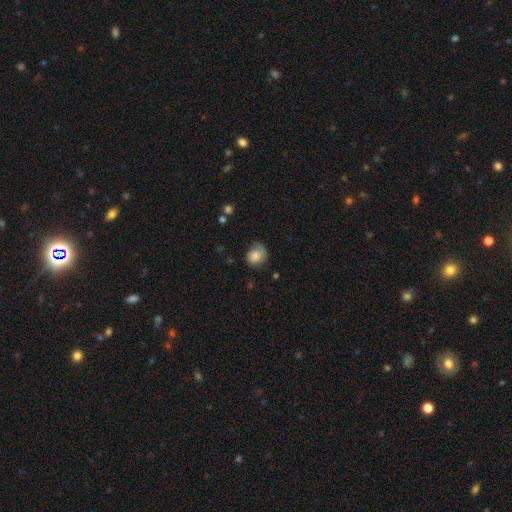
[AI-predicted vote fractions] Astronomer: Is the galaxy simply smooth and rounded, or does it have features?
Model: smooth — 72%.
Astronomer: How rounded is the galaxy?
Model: round — 59% (runner-up: in between, 40%).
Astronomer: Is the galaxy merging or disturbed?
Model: none — 46% (runner-up: minor disturbance, 32%).